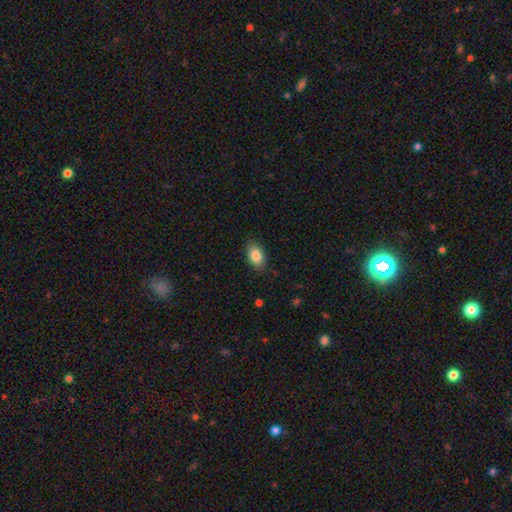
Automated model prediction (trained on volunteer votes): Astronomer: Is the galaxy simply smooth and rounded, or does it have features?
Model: smooth — 85%.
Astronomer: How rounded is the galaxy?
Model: in between — 89%.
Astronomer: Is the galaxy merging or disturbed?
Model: none — 86%.